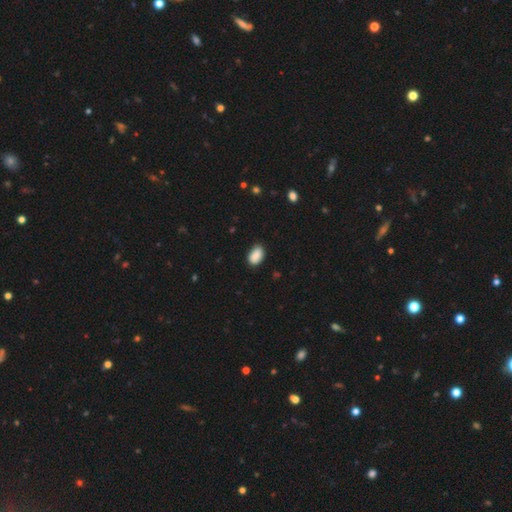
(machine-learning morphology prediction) This is clearly a smooth galaxy (89%). How rounded: clearly in between (89%). Merging: likely none (78%).